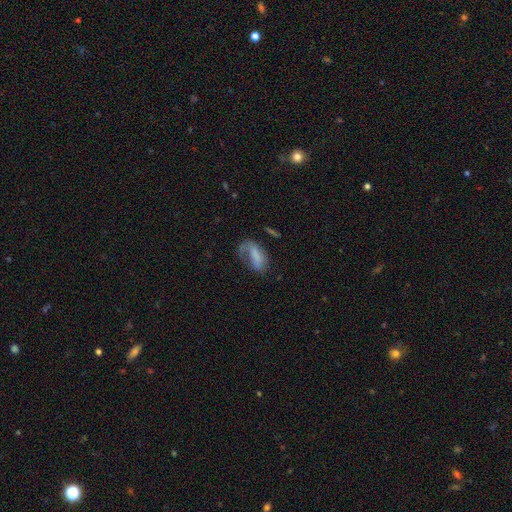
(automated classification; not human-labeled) Smooth or featured?
  - smooth: 58% *
  - featured or disk: 33%
  - star or artifact: 9%
How rounded?
  - in between: 86% *
  - cigar-shaped: 7%
  - round: 6%
Merging?
  - major disturbance: 41% *
  - none: 32%
  - minor disturbance: 23%
  - merger: 5%